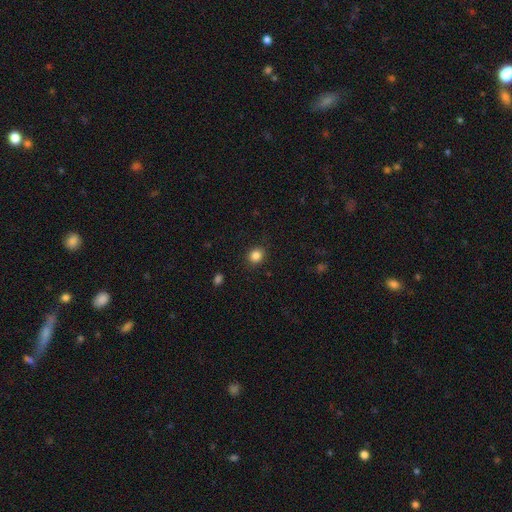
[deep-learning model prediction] A smooth galaxy with no disk features (84%) that is round (76%). Merging: none (89%).